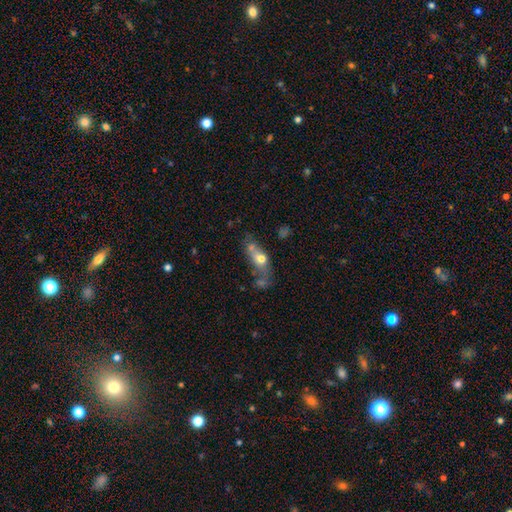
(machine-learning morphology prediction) smooth-or-featured: smooth: 47% | featured or disk: 41% | star or artifact: 12%
  merging: none: 35% | merger: 33% | minor disturbance: 18% | major disturbance: 14%